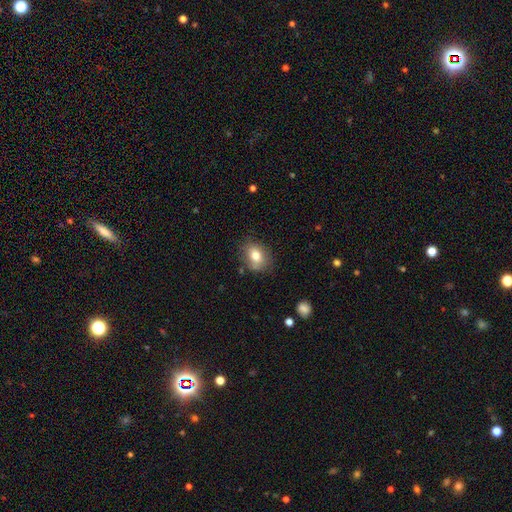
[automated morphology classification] A smooth galaxy with no disk features (76%) that is in between round and cigar-shaped (62%). Merging: none (75%).